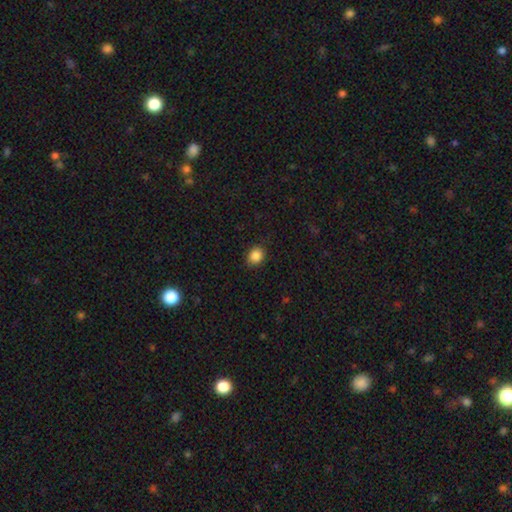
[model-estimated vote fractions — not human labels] smooth_or_featured: smooth (p=0.87) [alt: star or artifact p=0.10]
how_rounded: round (p=0.68) [alt: in between p=0.31]
merging: none (p=0.87) [alt: minor disturbance p=0.10]